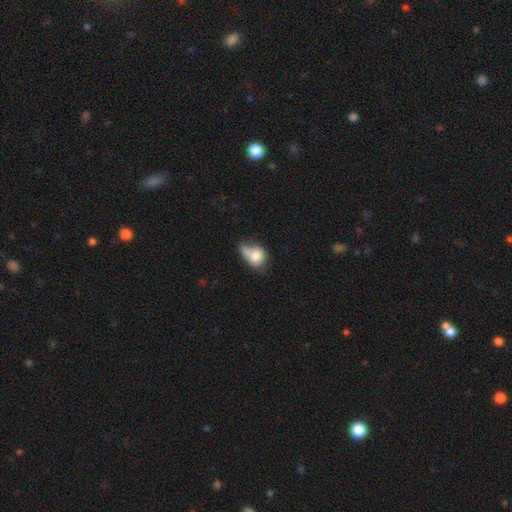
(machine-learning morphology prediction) The model was most divided on "how rounded": round: 54%, in between: 45%, cigar-shaped: 2%. Remaining: smooth or featured — smooth (75%); merging — merger (40%).